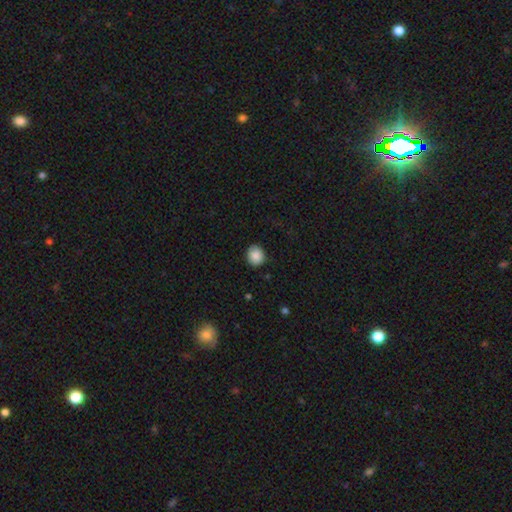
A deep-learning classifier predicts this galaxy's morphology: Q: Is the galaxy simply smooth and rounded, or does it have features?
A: smooth — 87%.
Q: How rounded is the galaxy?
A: round — 74%.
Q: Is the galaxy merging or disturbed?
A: none — 83%.